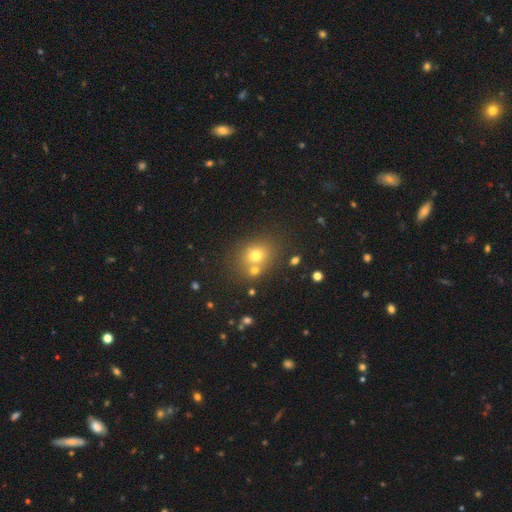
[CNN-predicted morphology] Smooth or featured?
  - smooth: 69% *
  - star or artifact: 17%
  - featured or disk: 14%
How rounded?
  - round: 63% *
  - in between: 36%
  - cigar-shaped: 1%
Merging?
  - none: 61% *
  - merger: 24%
  - minor disturbance: 10%
  - major disturbance: 4%